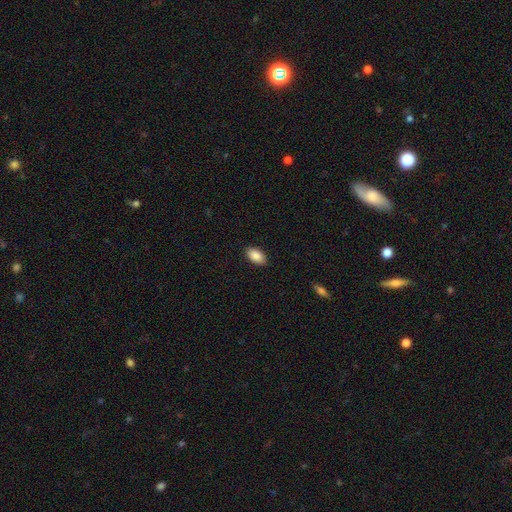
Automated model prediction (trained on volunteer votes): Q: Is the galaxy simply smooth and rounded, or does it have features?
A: smooth — 89%.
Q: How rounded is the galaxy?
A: in between — 94%.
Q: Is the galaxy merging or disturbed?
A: none — 90%.